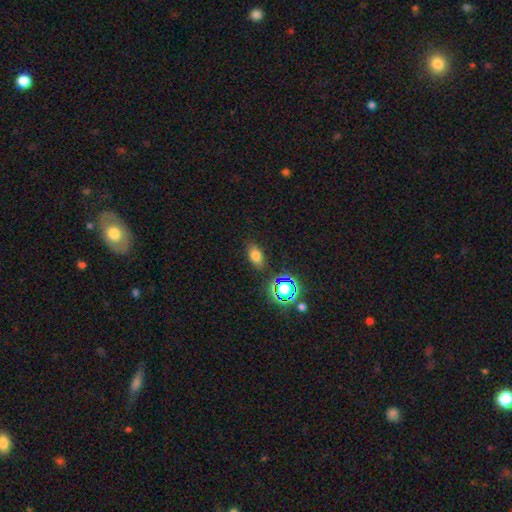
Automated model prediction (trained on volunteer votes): Morphology: type=smooth (73%); roundness=in between (82%); merging=none (83%).